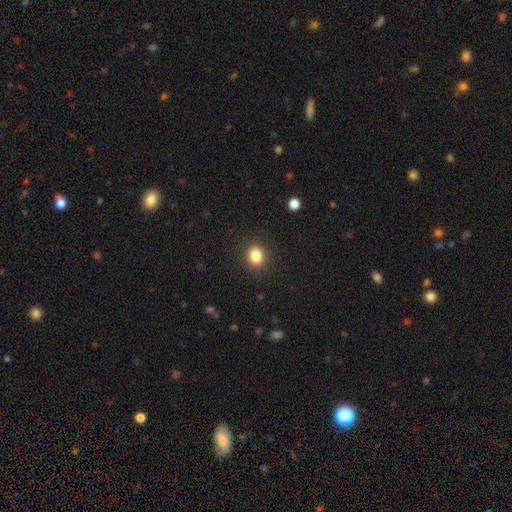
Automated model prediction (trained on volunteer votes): Smooth or featured?
  - smooth: 85% *
  - star or artifact: 10%
  - featured or disk: 4%
How rounded?
  - round: 61% *
  - in between: 38%
  - cigar-shaped: 1%
Merging?
  - none: 89% *
  - minor disturbance: 8%
  - major disturbance: 2%
  - merger: 1%